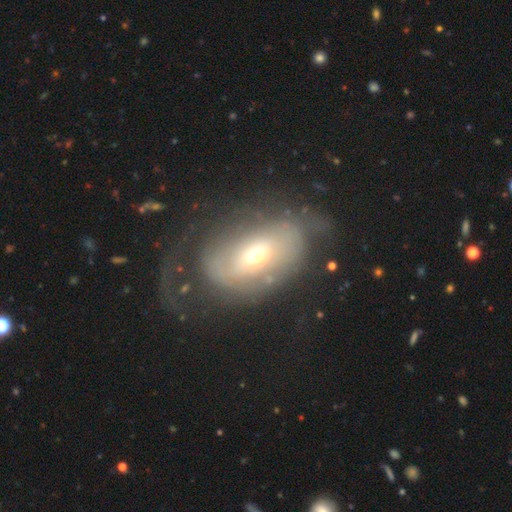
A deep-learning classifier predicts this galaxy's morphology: smooth_or_featured: featured or disk (p=0.63) [alt: smooth p=0.28]
disk_edge_on: no (p=0.93) [alt: yes p=0.07]
bar: no (p=0.67) [alt: weak p=0.23]
has_spiral_arms: yes (p=0.62) [alt: no p=0.38]
bulge_size: small (p=0.57) [alt: moderate p=0.36]
merging: none (p=0.41) [alt: major disturbance p=0.36]